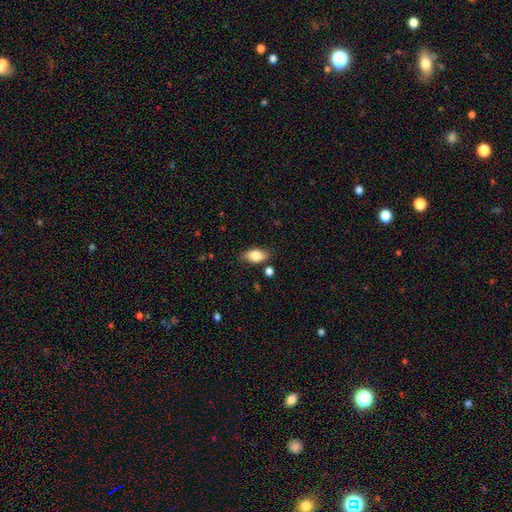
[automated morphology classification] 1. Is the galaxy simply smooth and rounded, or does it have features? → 82% smooth, 11% featured or disk, 7% star or artifact.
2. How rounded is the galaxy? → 90% in between, 6% round, 4% cigar-shaped.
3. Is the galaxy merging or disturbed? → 80% none, 14% minor disturbance, 4% merger, 3% major disturbance.